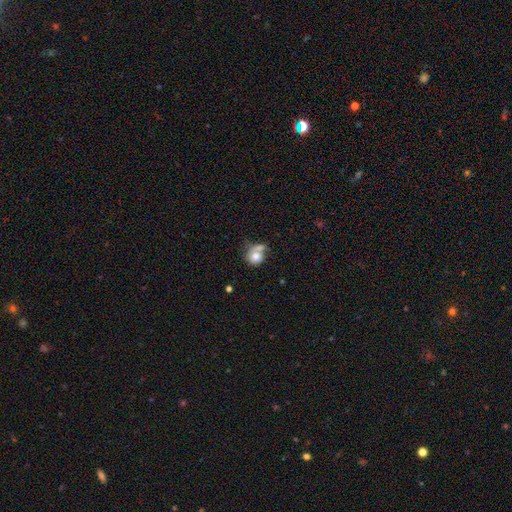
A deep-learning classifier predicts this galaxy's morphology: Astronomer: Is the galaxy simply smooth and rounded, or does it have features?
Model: smooth — 71%.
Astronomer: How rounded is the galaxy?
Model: round — 77%.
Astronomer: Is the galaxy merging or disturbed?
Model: merger — 39% (runner-up: none, 33%).